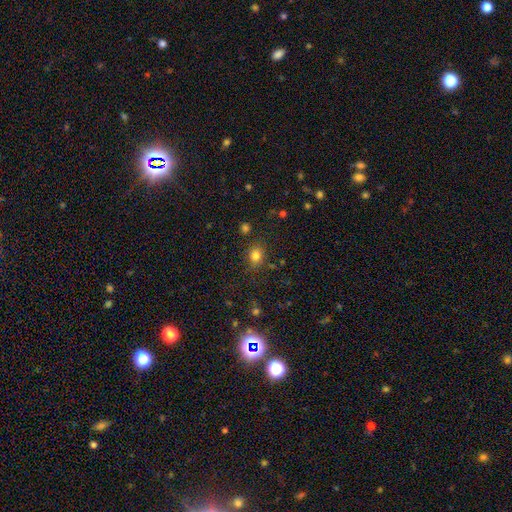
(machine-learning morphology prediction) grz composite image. It shows a smooth galaxy with no disk features (80%) that is round (55%). Merging: none (81%).